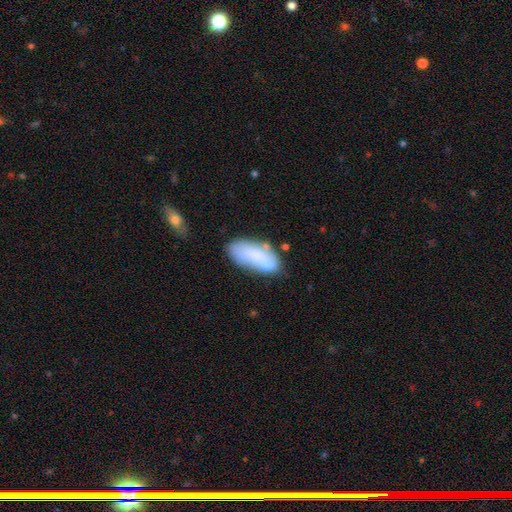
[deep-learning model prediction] A smooth galaxy with no disk features (68%) that is in between round and cigar-shaped (89%). Merging: none (53%).